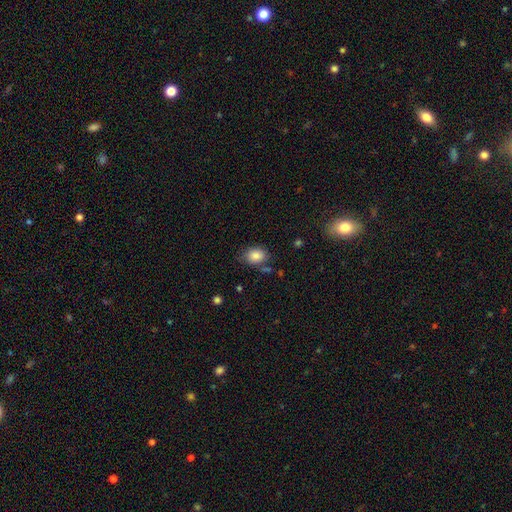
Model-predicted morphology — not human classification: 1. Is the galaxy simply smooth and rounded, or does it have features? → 85% smooth, 9% star or artifact, 6% featured or disk.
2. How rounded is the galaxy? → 66% in between, 33% round, 1% cigar-shaped.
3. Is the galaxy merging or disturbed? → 72% none, 18% minor disturbance, 5% merger, 5% major disturbance.